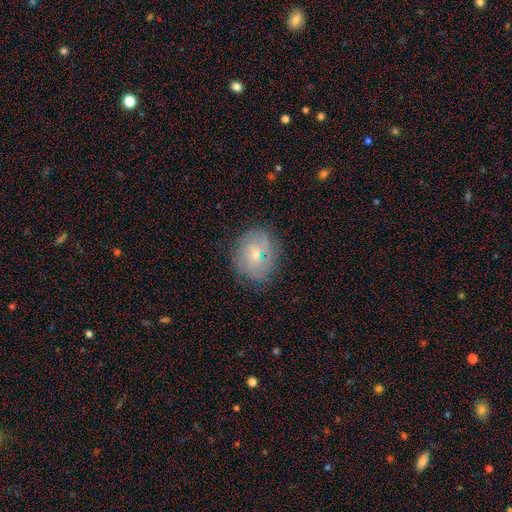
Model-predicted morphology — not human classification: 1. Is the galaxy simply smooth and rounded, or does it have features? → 54% featured or disk, 35% smooth, 11% star or artifact.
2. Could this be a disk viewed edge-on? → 96% no, 4% yes.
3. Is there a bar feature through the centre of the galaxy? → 68% no, 28% weak, 4% strong.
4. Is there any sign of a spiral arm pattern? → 80% yes, 20% no.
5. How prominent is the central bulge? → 54% small, 41% moderate, 2% none, 2% large, 1% dominant.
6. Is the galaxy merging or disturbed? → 77% none, 16% minor disturbance, 5% major disturbance, 1% merger.